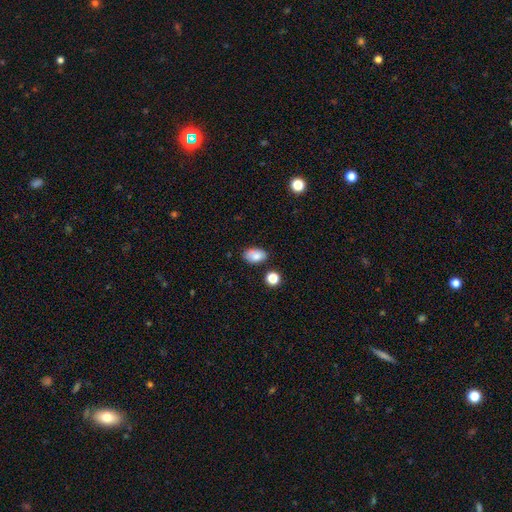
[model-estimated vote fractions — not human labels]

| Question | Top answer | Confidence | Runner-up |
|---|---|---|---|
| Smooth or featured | smooth | 85% | star or artifact (8%) |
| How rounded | in between | 90% | round (9%) |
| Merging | none | 77% | minor disturbance (16%) |